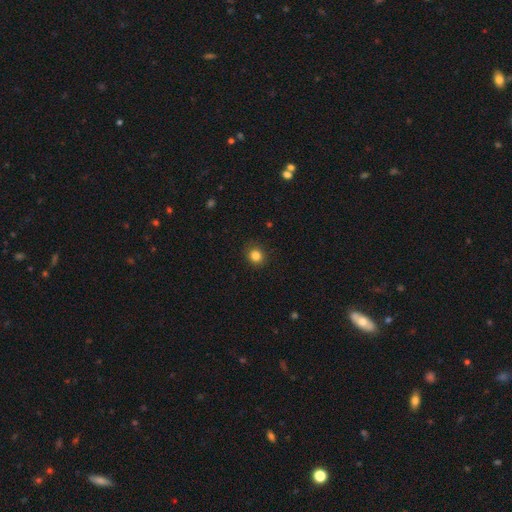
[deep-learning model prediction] Overall: smooth (84%). How rounded: round (85%). Merging: none (88%).